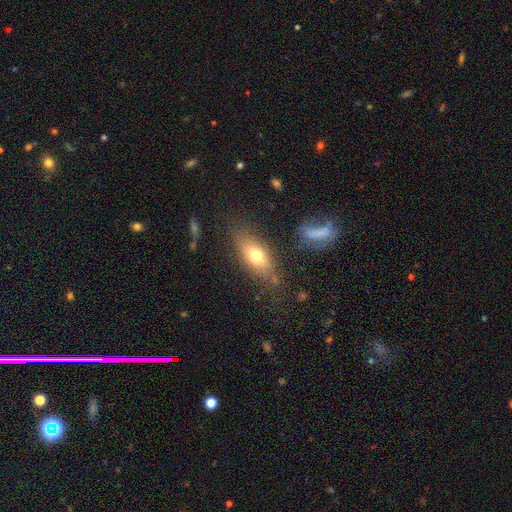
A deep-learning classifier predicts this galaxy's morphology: This appears to be a smooth galaxy with no disk features (69%) that is in between round and cigar-shaped (79%). Merging: none (73%).